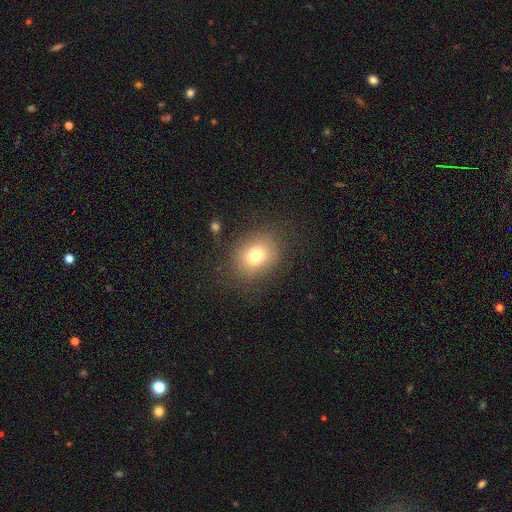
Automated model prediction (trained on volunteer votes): A smooth galaxy with no disk features (75%) that is round (54%).

Vote fractions:
- Smooth or featured? smooth: 75% / star or artifact: 13% / featured or disk: 12%
- How rounded? round: 54% / in between: 45% / cigar-shaped: 1%
- Merging? none: 81% / minor disturbance: 12% / major disturbance: 6% / merger: 2%